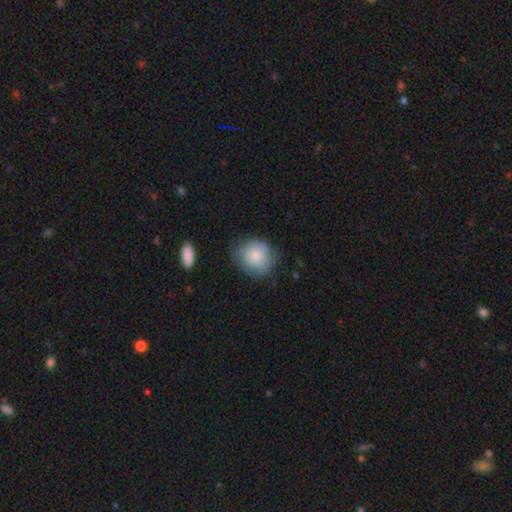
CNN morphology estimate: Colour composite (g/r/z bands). It shows a smooth galaxy with no disk features (78%) that is round (81%). Merging: none (68%).